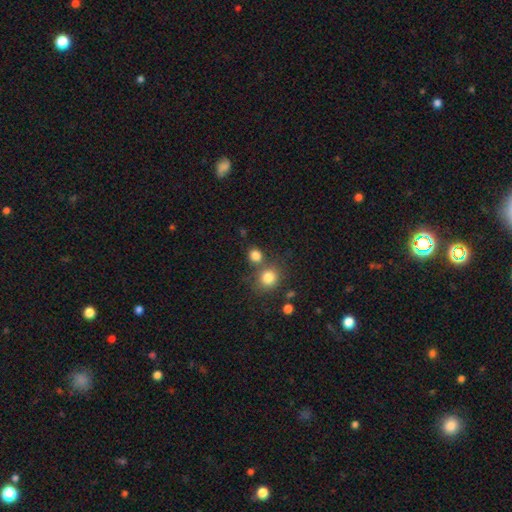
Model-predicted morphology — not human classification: Smooth or featured? smooth (81%)
How rounded? round (81%)
Merging? none (63%)